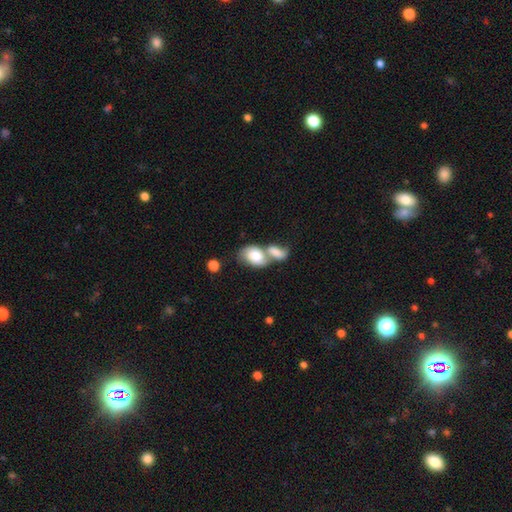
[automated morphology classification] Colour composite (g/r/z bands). It shows a smooth galaxy with no disk features (74%) that is in between round and cigar-shaped (83%). Merging: merger (71%).